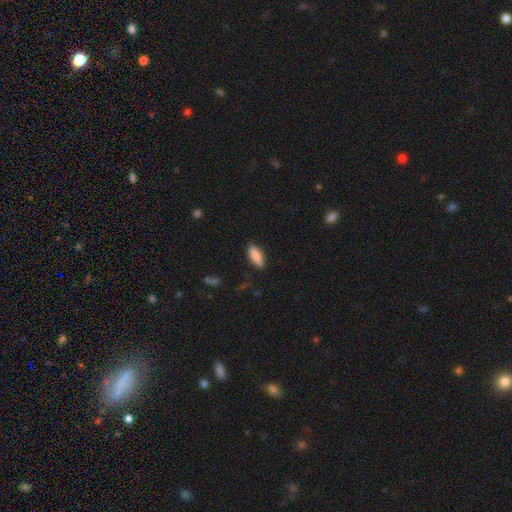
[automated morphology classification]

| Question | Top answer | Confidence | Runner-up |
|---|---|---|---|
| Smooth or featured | smooth | 86% | featured or disk (8%) |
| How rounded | in between | 72% | cigar-shaped (26%) |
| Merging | none | 86% | minor disturbance (10%) |